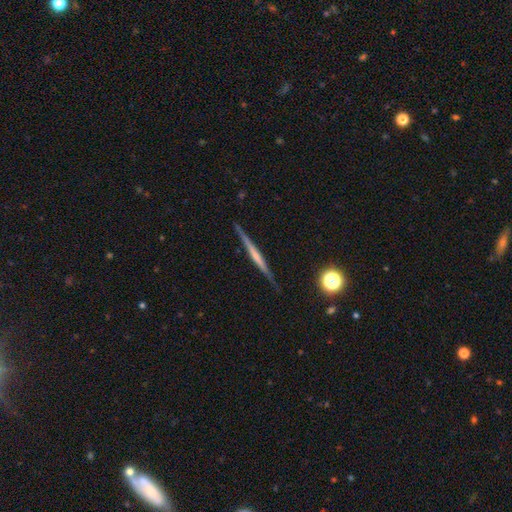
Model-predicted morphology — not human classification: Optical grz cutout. It shows a featured or disk galaxy (64%) viewed edge-on (98%) with no central bulge (65%). Merging: none (88%).